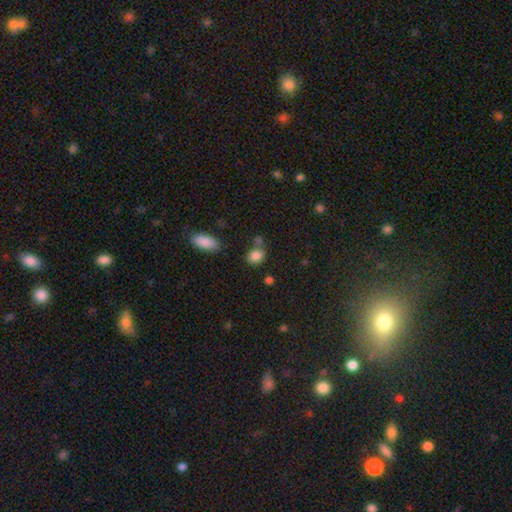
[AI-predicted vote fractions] Smooth or featured? smooth (84%)
How rounded? in between (57%)
Merging? none (61%)